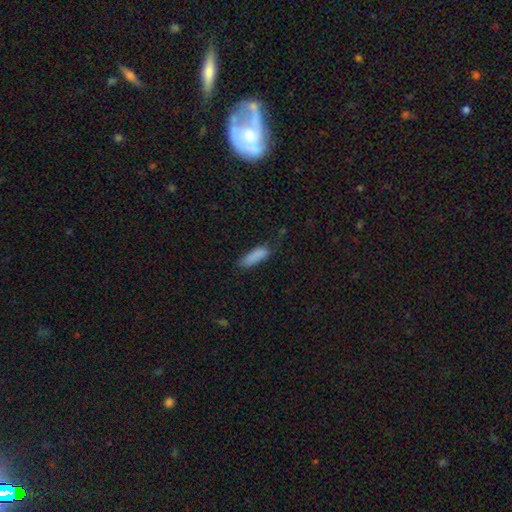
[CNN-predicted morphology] smooth_or_featured: smooth (p=0.85) [alt: star or artifact p=0.08]
how_rounded: cigar-shaped (p=0.51) [alt: in between p=0.47]
merging: none (p=0.62) [alt: minor disturbance p=0.27]